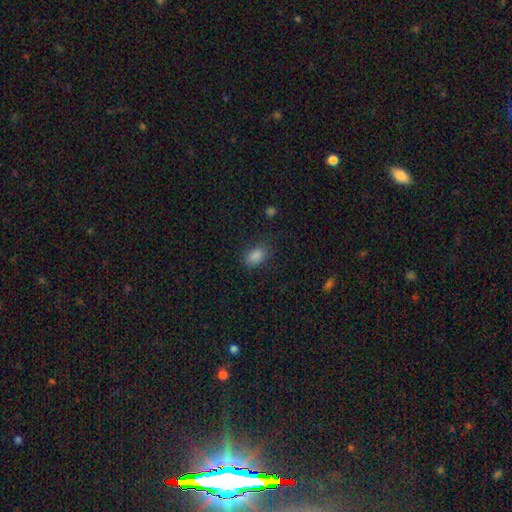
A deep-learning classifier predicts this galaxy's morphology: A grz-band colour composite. It shows a smooth galaxy with no disk features (85%) that is in between round and cigar-shaped (84%). Merging: none (82%).